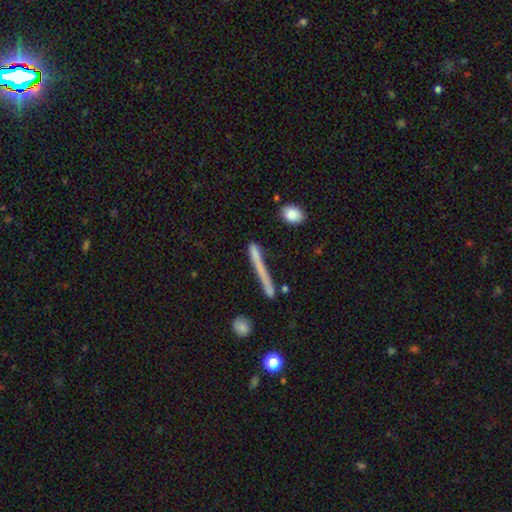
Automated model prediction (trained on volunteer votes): Q: Smooth or featured?
A: smooth (62%); runner-up: featured or disk (27%)
Q: How rounded?
A: cigar-shaped (86%); runner-up: in between (8%)
Q: Merging?
A: none (55%); runner-up: minor disturbance (19%)